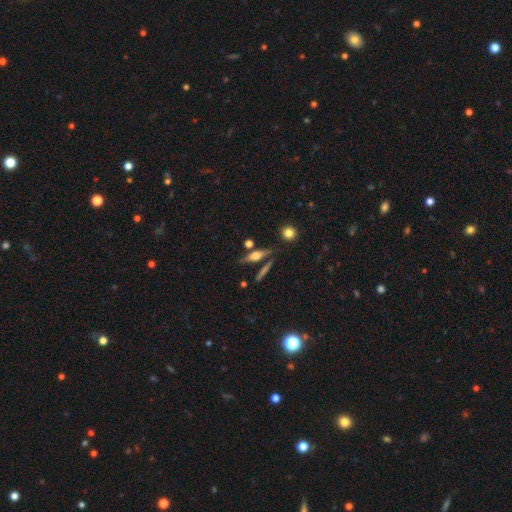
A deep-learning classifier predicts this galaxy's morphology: smooth_or_featured: featured or disk (p=0.60) [alt: smooth p=0.32]
disk_edge_on: yes (p=0.95) [alt: no p=0.05]
edge_on_bulge: rounded (p=0.82) [alt: boxy p=0.12]
merging: none (p=0.78) [alt: minor disturbance p=0.11]